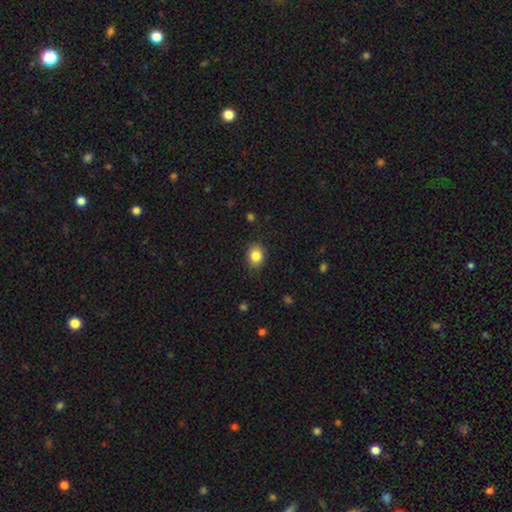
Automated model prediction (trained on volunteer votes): smooth 85%, star or artifact 9%, featured or disk 6%. Down the decision tree: how rounded — round (54%); merging — none (86%).